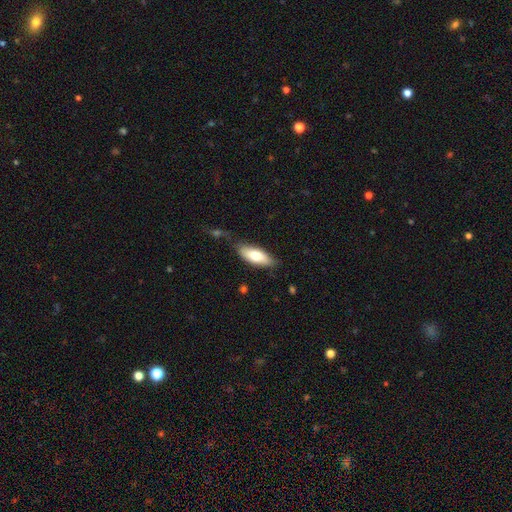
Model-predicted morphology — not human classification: A smooth galaxy with no disk features (69%) that is in between round and cigar-shaped (77%).

Vote fractions:
- Smooth or featured? smooth: 69% / featured or disk: 24% / star or artifact: 6%
- How rounded? in between: 77% / cigar-shaped: 20% / round: 2%
- Merging? none: 73% / minor disturbance: 19% / major disturbance: 5% / merger: 4%